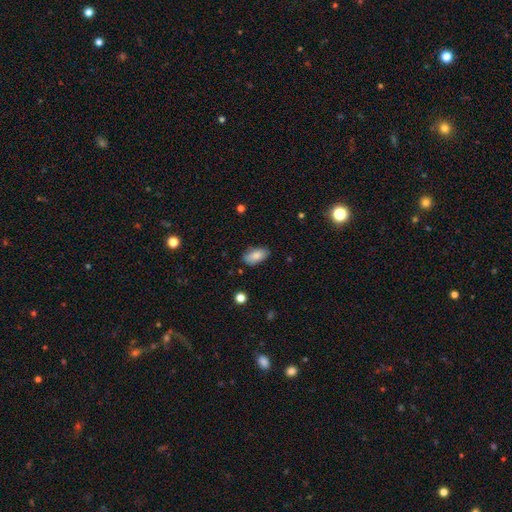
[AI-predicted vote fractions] Smooth or featured?
  - smooth: 85% *
  - featured or disk: 8%
  - star or artifact: 7%
How rounded?
  - in between: 93% *
  - cigar-shaped: 4%
  - round: 3%
Merging?
  - none: 82% *
  - minor disturbance: 14%
  - major disturbance: 3%
  - merger: 1%